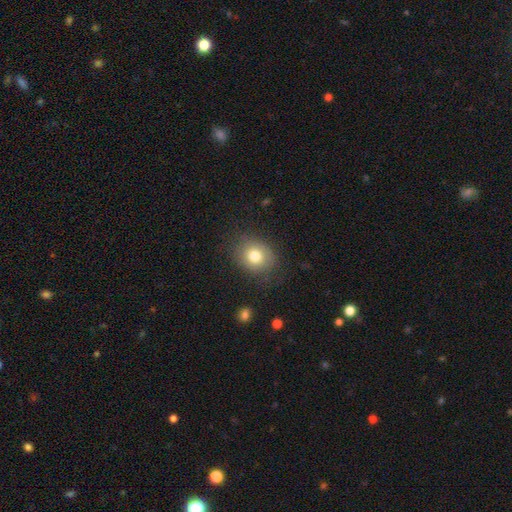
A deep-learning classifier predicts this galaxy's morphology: Overall: smooth (73%). How rounded: round (73%). Merging: none (88%).